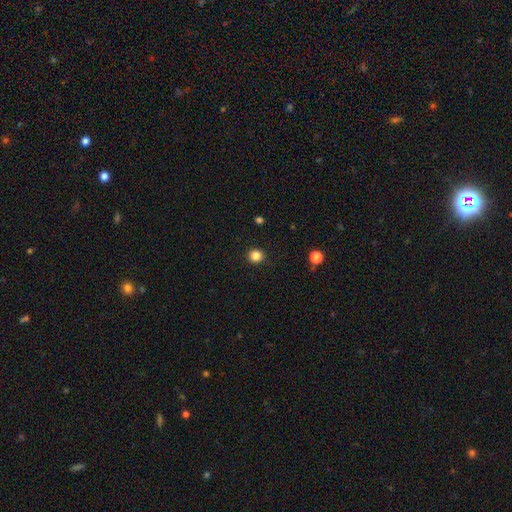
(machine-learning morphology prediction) A smooth galaxy with no disk features (84%) that is round (90%). Merging: none (92%).